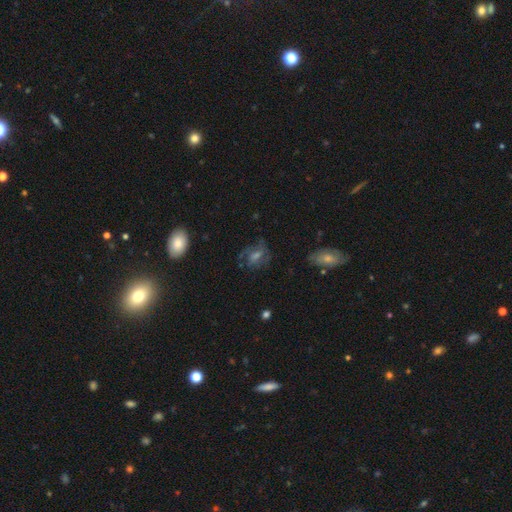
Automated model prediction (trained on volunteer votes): smooth-or-featured: featured or disk: 61% | smooth: 23% | star or artifact: 17%
  disk-edge-on: no: 96% | yes: 4%
    bar: weak: 46% | no: 38% | strong: 16%
    has-spiral-arms: yes: 84% | no: 16%
    bulge-size: moderate: 41% | small: 35% | none: 13% | large: 9% | dominant: 2%
  merging: none: 68% | minor disturbance: 17% | major disturbance: 13% | merger: 2%